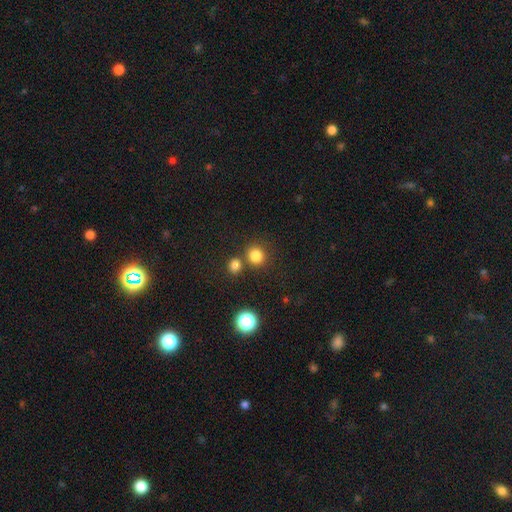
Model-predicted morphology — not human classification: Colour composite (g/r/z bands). It shows a smooth galaxy with no disk features (81%) that is round (85%). Merging: none (72%).